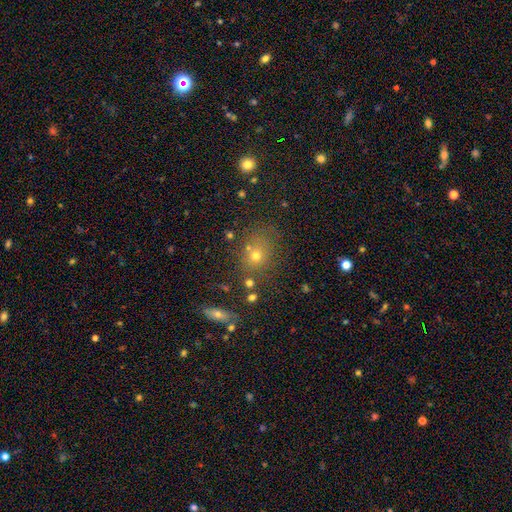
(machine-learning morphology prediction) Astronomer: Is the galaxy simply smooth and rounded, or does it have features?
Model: smooth — 64%.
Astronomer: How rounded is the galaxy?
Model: round — 65%.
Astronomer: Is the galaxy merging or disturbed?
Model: none — 68%.